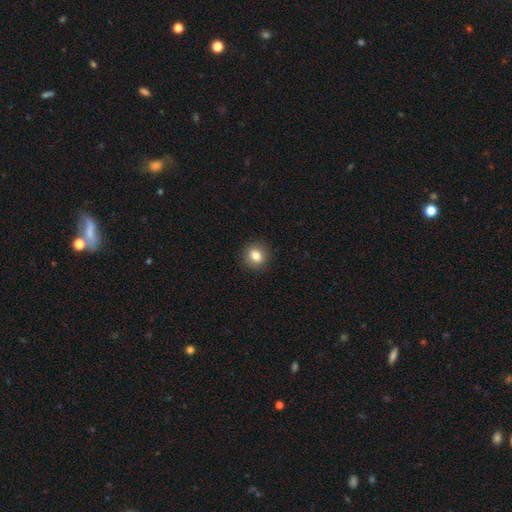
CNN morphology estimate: The model was most divided on "how rounded": round: 78%, in between: 21%, cigar-shaped: 1%. More confident: merging — none (91%); smooth or featured — smooth (81%).